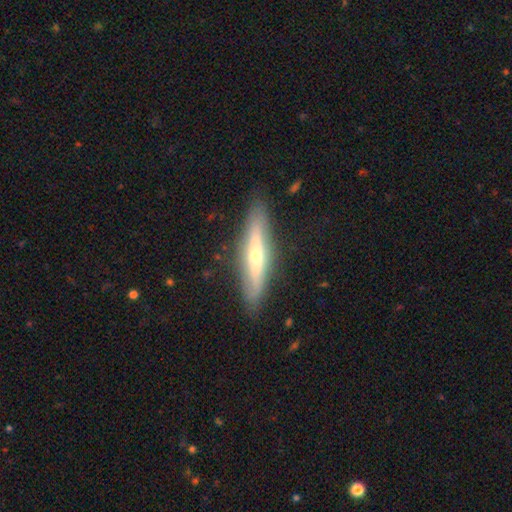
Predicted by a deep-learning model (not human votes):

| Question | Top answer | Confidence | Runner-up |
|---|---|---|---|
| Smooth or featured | featured or disk | 63% | smooth (31%) |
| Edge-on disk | yes | 83% | no (17%) |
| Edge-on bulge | rounded | 84% | none (13%) |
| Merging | none | 86% | minor disturbance (10%) |